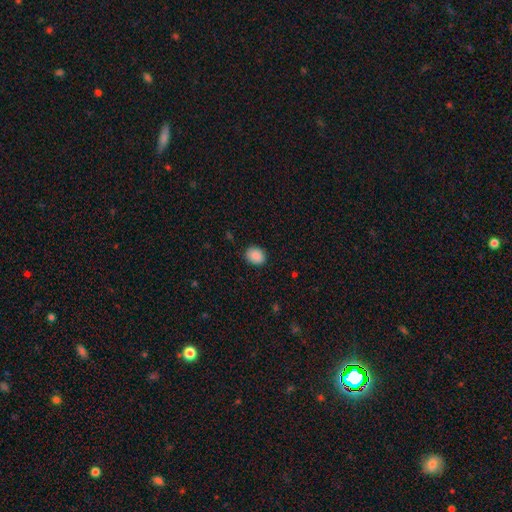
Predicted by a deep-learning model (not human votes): Smooth or featured: smooth — 89% (star or artifact — 8%)
How rounded: round — 52% (in between — 47%)
Merging: none — 87% (minor disturbance — 9%)